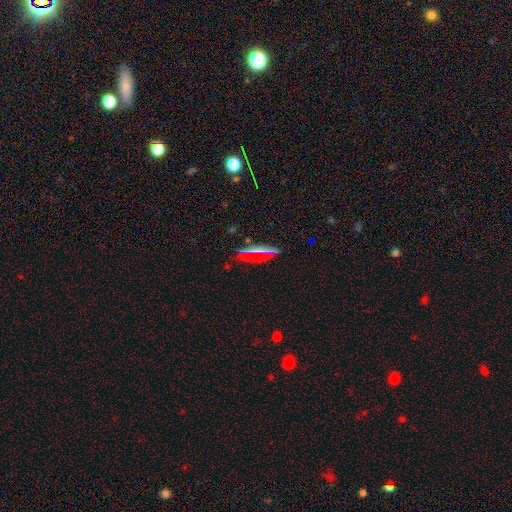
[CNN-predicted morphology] Smooth or featured?
  - smooth: 57% *
  - featured or disk: 23%
  - star or artifact: 21%
How rounded?
  - cigar-shaped: 65% *
  - in between: 27%
  - round: 8%
Merging?
  - none: 83% *
  - minor disturbance: 12%
  - major disturbance: 3%
  - merger: 2%